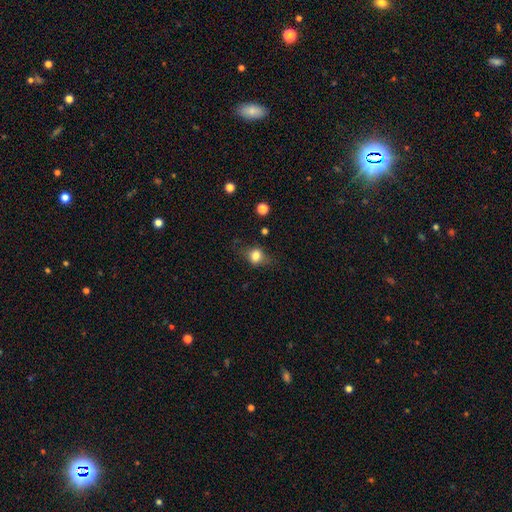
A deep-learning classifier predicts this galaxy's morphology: A smooth galaxy with no disk features (76%) that is round (57%). Merging: none (67%).